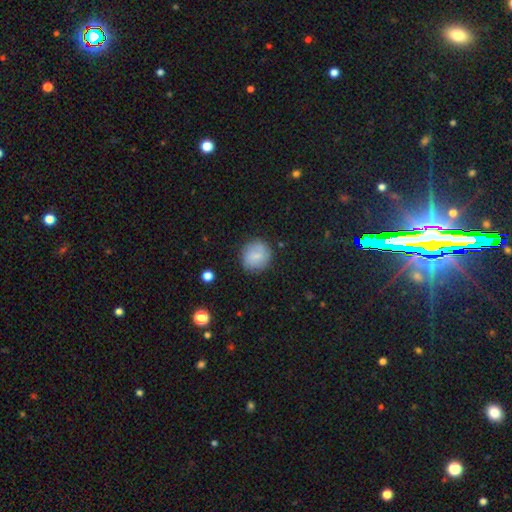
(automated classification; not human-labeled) smooth 70%, featured or disk 22%, star or artifact 9%. Down the decision tree: how rounded — round (89%); merging — none (80%).